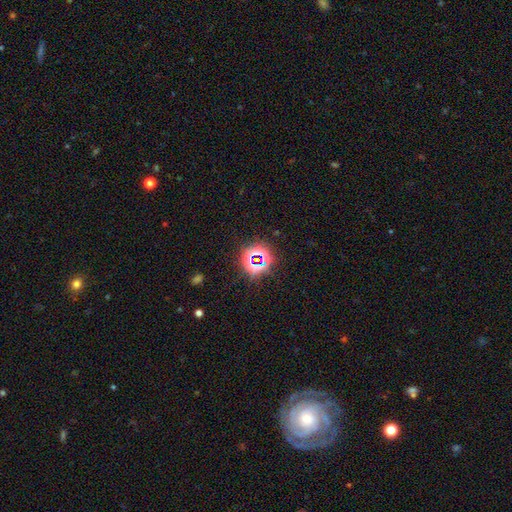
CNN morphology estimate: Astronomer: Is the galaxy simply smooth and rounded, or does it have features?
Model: star or artifact — 73%.